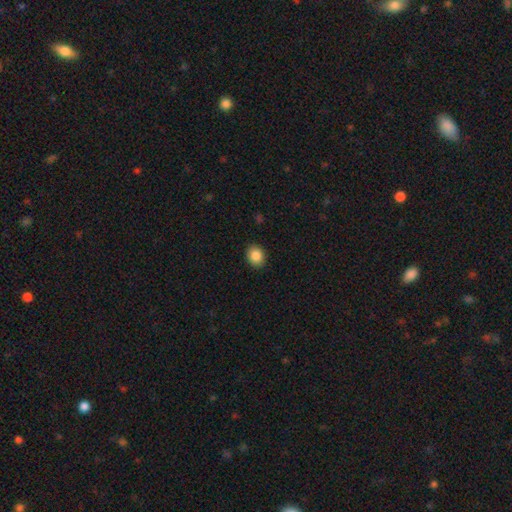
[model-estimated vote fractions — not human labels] Smooth or featured: smooth — 87% (star or artifact — 9%)
How rounded: in between — 52% (round — 47%)
Merging: none — 90% (minor disturbance — 7%)